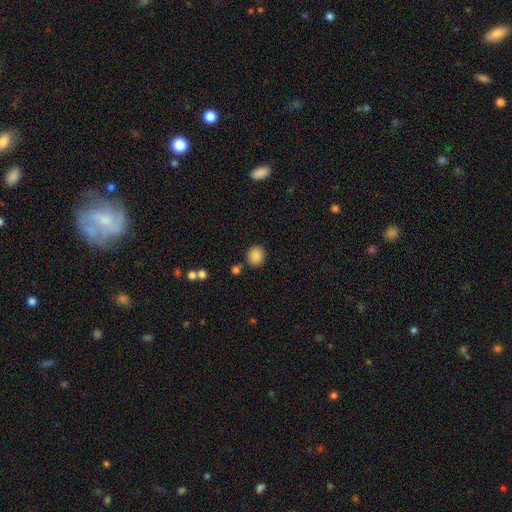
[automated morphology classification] type=smooth (86%); roundness=round (83%); merging=none (83%).